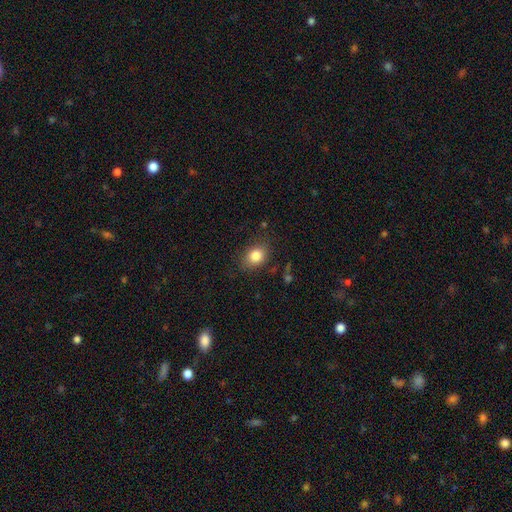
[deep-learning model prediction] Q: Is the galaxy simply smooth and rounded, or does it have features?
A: smooth — 83%.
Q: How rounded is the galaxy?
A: in between — 59%.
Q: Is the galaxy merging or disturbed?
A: none — 79%.